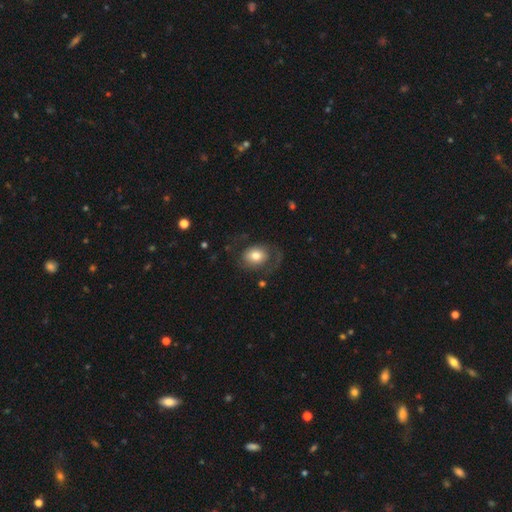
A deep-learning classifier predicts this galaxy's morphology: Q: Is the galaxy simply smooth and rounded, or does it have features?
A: smooth — 62%.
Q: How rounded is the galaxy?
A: in between — 58%.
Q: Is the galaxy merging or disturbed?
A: none — 51%.